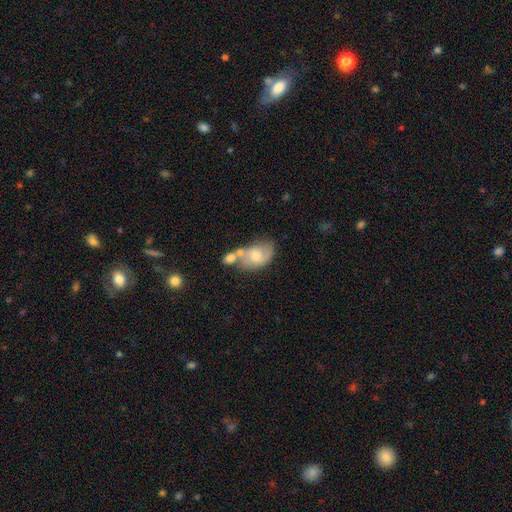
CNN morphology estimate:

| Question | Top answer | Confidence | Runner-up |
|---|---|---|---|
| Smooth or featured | smooth | 47% | featured or disk (45%) |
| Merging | merger | 41% | none (30%) |